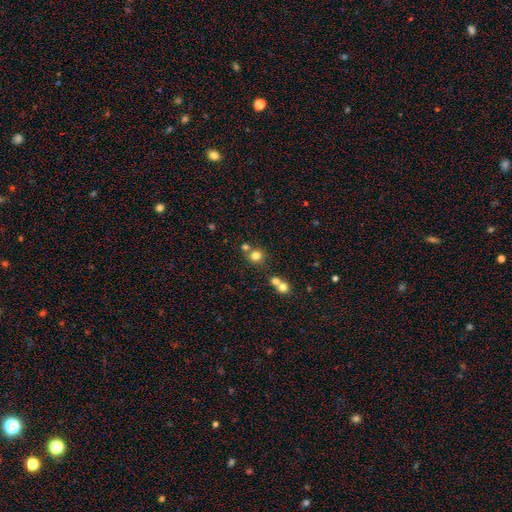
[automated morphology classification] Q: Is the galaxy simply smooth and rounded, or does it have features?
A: smooth — 76%.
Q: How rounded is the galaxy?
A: round — 88%.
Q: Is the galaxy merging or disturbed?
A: none — 65%.